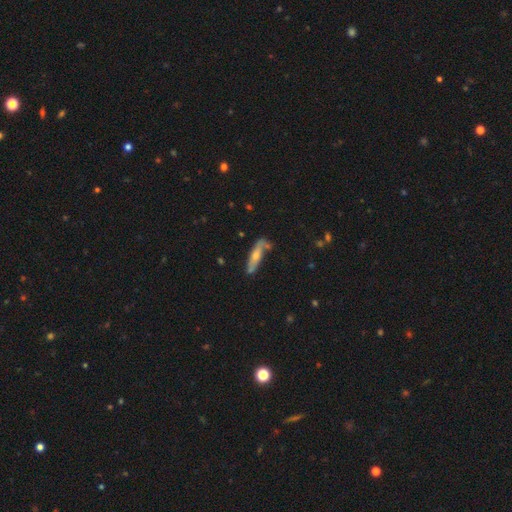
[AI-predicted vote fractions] Morphology: type=featured or disk (49%); merging=none (62%).